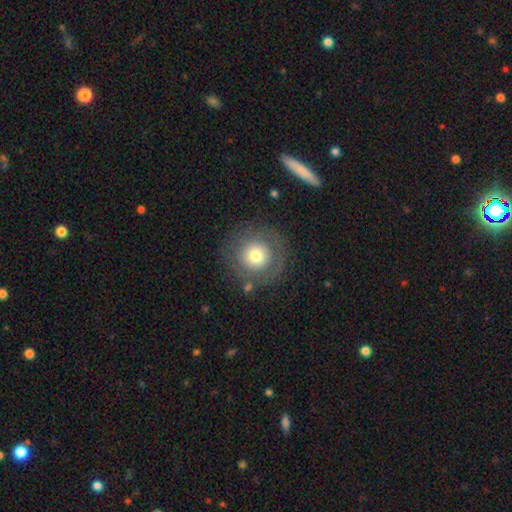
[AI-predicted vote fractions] Smooth or featured?
  - smooth: 60% *
  - featured or disk: 31%
  - star or artifact: 9%
How rounded?
  - round: 94% *
  - in between: 5%
  - cigar-shaped: 1%
Merging?
  - none: 79% *
  - minor disturbance: 11%
  - major disturbance: 7%
  - merger: 3%